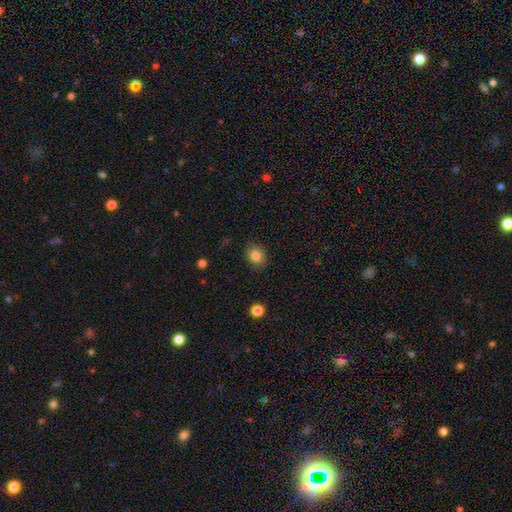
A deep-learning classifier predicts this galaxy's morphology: Smooth or featured?
  - smooth: 84% *
  - star or artifact: 10%
  - featured or disk: 6%
How rounded?
  - round: 58% *
  - in between: 41%
  - cigar-shaped: 1%
Merging?
  - none: 87% *
  - minor disturbance: 10%
  - major disturbance: 2%
  - merger: 1%